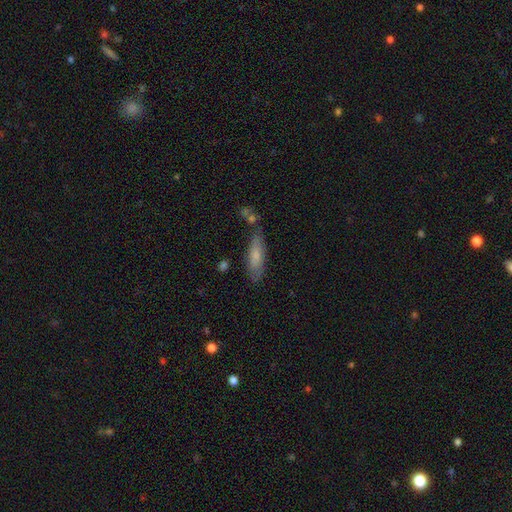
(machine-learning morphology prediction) A smooth galaxy with no disk features (67%) that is cigar-shaped (56%).

Vote fractions:
- Smooth or featured? smooth: 67% / featured or disk: 26% / star or artifact: 7%
- How rounded? cigar-shaped: 56% / in between: 42% / round: 2%
- Merging? none: 66% / minor disturbance: 20% / merger: 8% / major disturbance: 6%